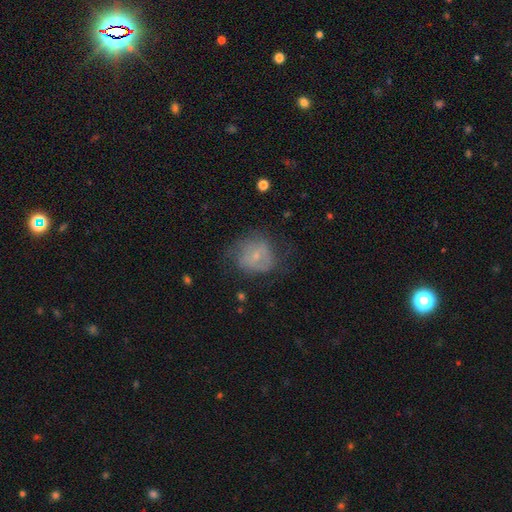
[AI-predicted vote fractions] A smooth galaxy with no disk features (45%, tied with featured or disk).

Vote fractions:
- Smooth or featured? smooth: 45% (tied) / featured or disk: 45% (tied) / star or artifact: 10%
- Merging? none: 50% / minor disturbance: 28% / major disturbance: 21% / merger: 2%